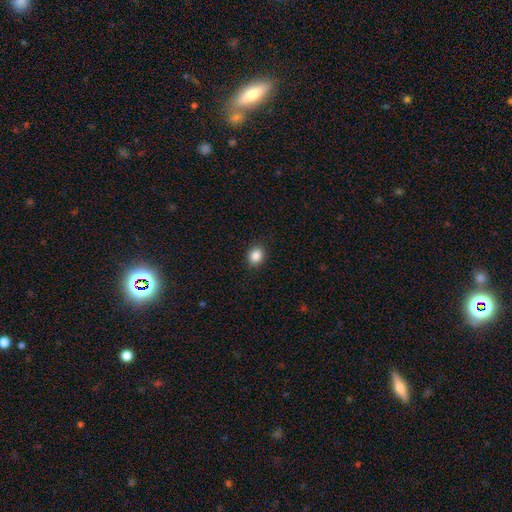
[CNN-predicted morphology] Smooth or featured?
  - smooth: 86% *
  - star or artifact: 10%
  - featured or disk: 4%
How rounded?
  - round: 65% *
  - in between: 34%
  - cigar-shaped: 1%
Merging?
  - none: 89% *
  - minor disturbance: 8%
  - major disturbance: 2%
  - merger: 1%